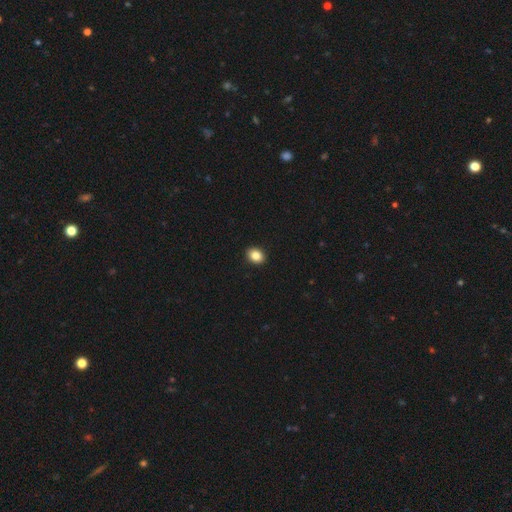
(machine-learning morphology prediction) Q: Smooth or featured?
A: smooth (86%); runner-up: star or artifact (9%)
Q: How rounded?
A: in between (64%); runner-up: round (35%)
Q: Merging?
A: none (92%); runner-up: minor disturbance (6%)